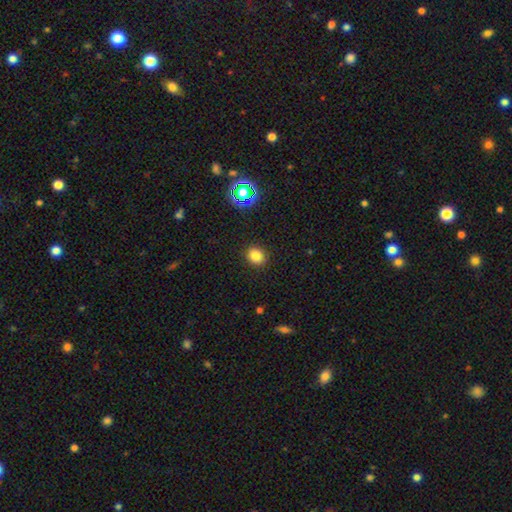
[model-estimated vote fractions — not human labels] Smooth or featured? smooth (81%)
How rounded? round (69%)
Merging? none (90%)